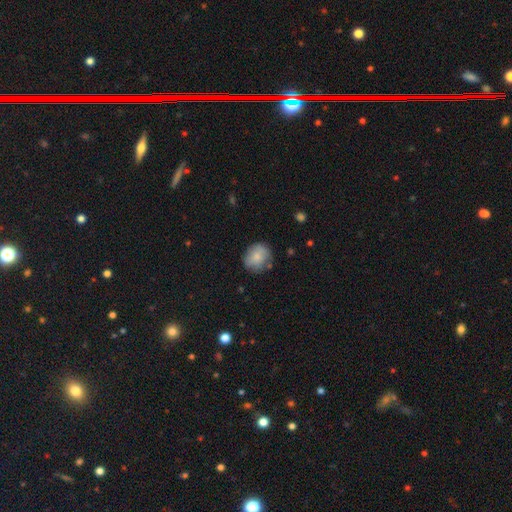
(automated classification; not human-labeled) This appears to be a smooth galaxy with no disk features (78%) that is round (73%). Merging: none (75%).